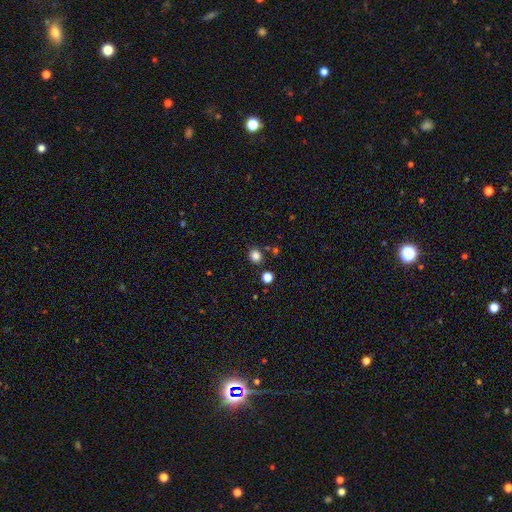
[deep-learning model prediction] Smooth or featured: smooth — 82% (star or artifact — 14%)
How rounded: round — 82% (in between — 17%)
Merging: none — 84% (minor disturbance — 7%)